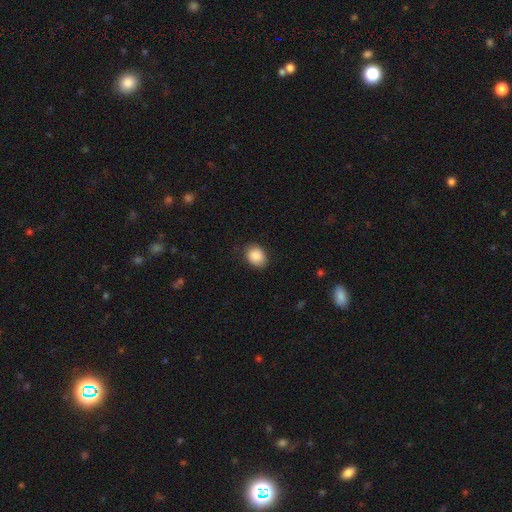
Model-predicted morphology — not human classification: Overall: smooth (88%). How rounded: in between (56%; round 44%). Merging: none (80%).